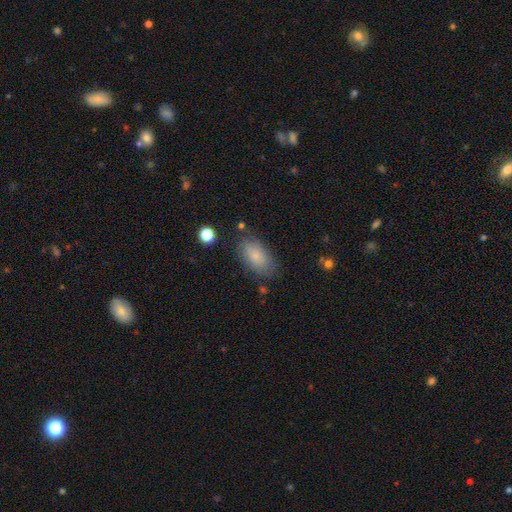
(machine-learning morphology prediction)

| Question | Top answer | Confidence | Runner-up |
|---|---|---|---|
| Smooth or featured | smooth | 80% | featured or disk (12%) |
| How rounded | in between | 91% | round (5%) |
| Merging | none | 76% | minor disturbance (16%) |